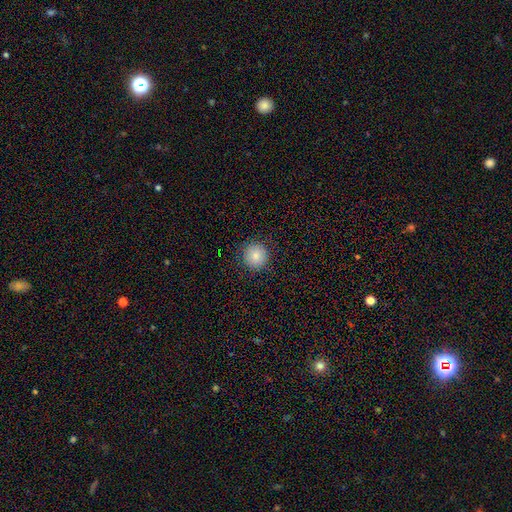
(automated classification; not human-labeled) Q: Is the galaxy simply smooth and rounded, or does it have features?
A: smooth — 84%.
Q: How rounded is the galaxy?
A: round — 95%.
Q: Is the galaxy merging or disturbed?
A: none — 90%.